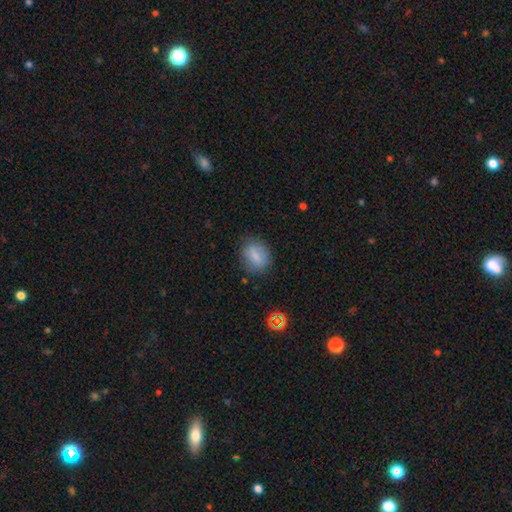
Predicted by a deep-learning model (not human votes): The model was most divided on "how rounded": in between: 53%, round: 43%, cigar-shaped: 4%. More confident: merging — none (76%); smooth or featured — smooth (71%).